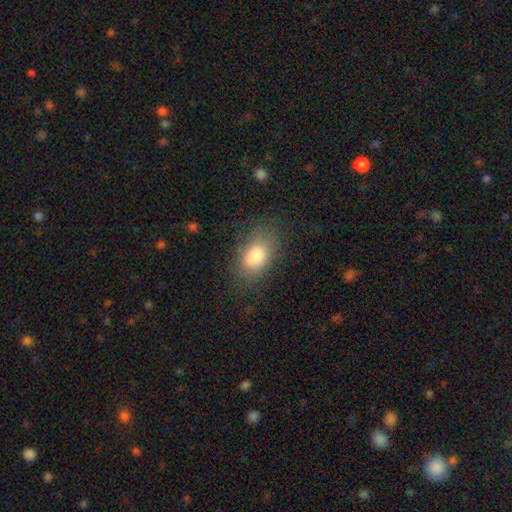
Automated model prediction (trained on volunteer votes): The model was most divided on "merging": none: 76%, minor disturbance: 16%, major disturbance: 7%, merger: 1%. More confident: how rounded — in between (88%); smooth or featured — smooth (83%).